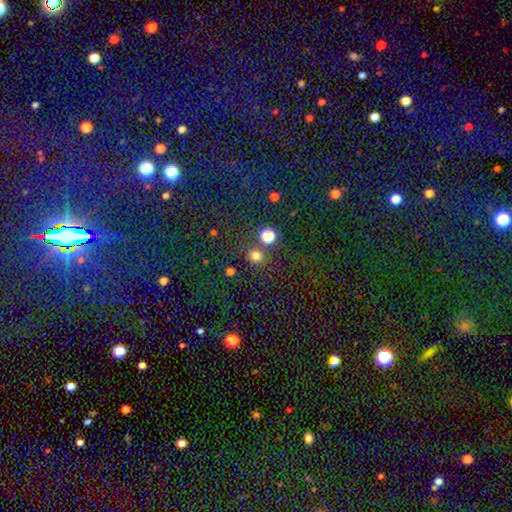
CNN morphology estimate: Smooth or featured: smooth — 74% (star or artifact — 20%)
How rounded: round — 89% (in between — 10%)
Merging: none — 76% (merger — 13%)